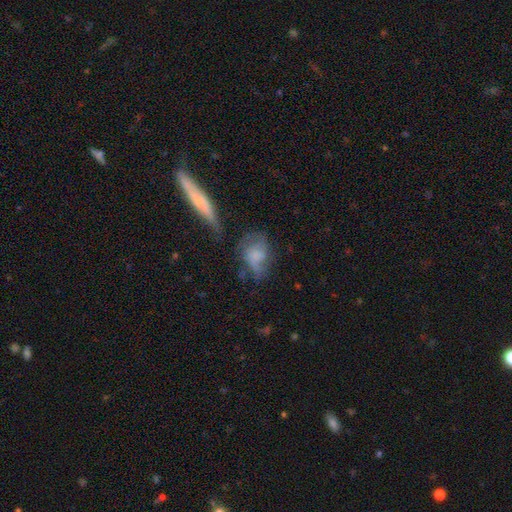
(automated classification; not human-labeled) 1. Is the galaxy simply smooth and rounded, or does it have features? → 52% smooth, 37% featured or disk, 11% star or artifact.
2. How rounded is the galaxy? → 69% in between, 26% round, 5% cigar-shaped.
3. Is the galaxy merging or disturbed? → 38% none, 27% minor disturbance, 27% major disturbance, 8% merger.